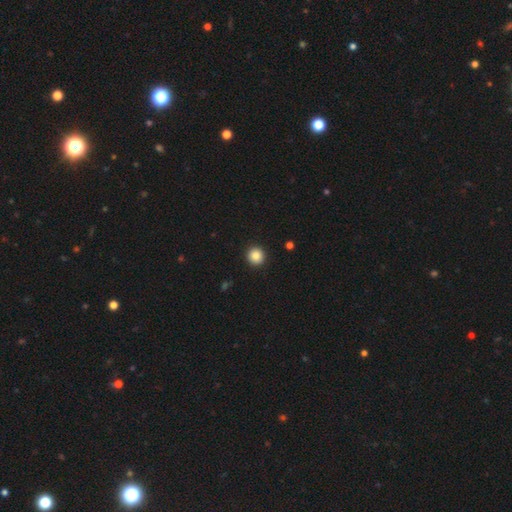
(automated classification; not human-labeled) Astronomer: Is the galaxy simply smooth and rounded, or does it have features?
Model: smooth — 86%.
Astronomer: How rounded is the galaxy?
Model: round — 95%.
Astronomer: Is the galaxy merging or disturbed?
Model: none — 94%.